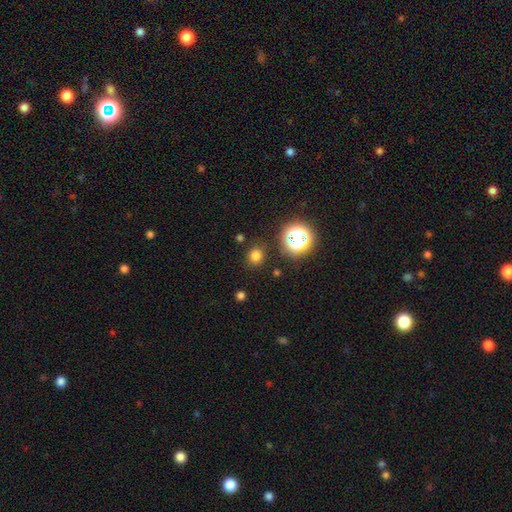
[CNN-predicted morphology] Smooth or featured?
  - smooth: 75% *
  - star or artifact: 20%
  - featured or disk: 4%
How rounded?
  - round: 86% *
  - in between: 13%
  - cigar-shaped: 1%
Merging?
  - none: 87% *
  - minor disturbance: 8%
  - major disturbance: 3%
  - merger: 2%